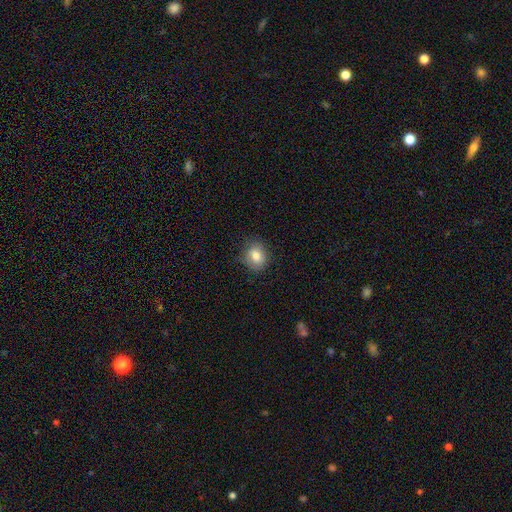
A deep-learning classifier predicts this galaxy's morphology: This appears to be a smooth galaxy with no disk features (79%) that is round (60%). Merging: none (77%).